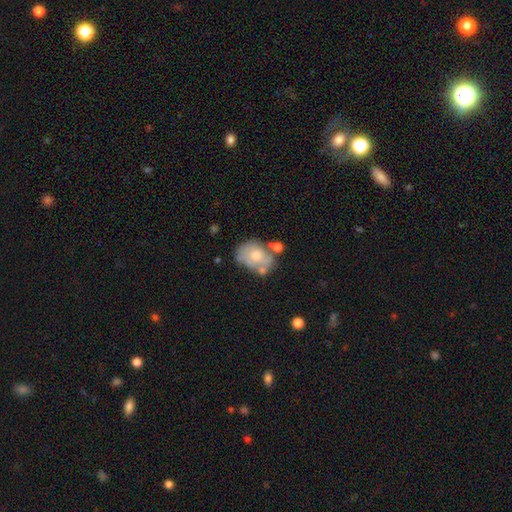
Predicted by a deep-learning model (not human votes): Overall: featured or disk (52%; smooth 40%). Edge-on disk: no (97%). Bar: no (82%). Spiral arms: yes (53%; no 47%). Bulge size: moderate (59%; small 34%). Merging: none (45%; minor disturbance 25%).